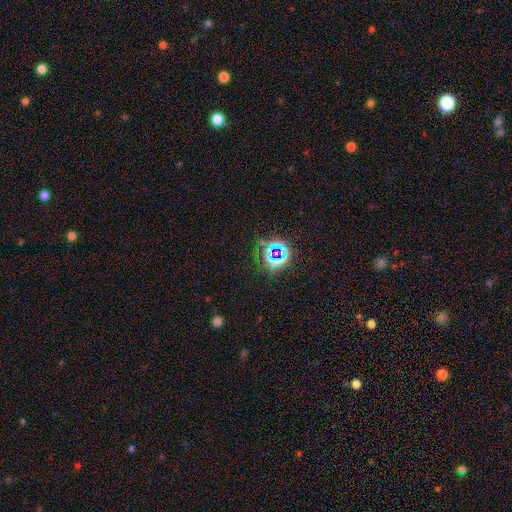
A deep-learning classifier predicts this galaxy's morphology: Smooth or featured? star or artifact (72%)